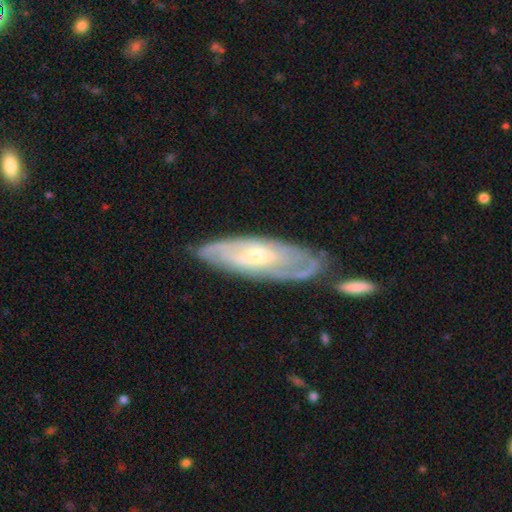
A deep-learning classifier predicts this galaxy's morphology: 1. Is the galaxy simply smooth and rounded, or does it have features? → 76% featured or disk, 18% smooth, 6% star or artifact.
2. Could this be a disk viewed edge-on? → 82% no, 18% yes.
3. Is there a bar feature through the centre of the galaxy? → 42% no, 41% weak, 17% strong.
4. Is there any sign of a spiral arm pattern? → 86% yes, 14% no.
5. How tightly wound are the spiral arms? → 57% tight, 32% medium, 11% loose.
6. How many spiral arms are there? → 46% can't tell, 36% 2, 8% 3, 4% 4, 3% 1, 3% more than 4.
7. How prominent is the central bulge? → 60% small, 35% moderate, 2% large, 2% none, 1% dominant.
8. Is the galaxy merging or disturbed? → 73% none, 17% minor disturbance, 5% merger, 5% major disturbance.